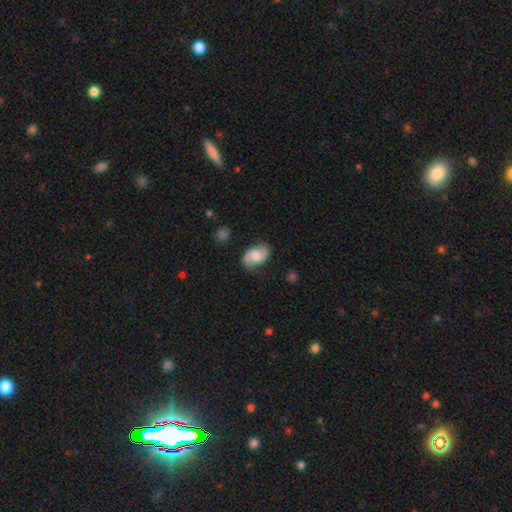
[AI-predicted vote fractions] The model was most divided on "bar": no: 55%, weak: 38%, strong: 7%. More confident: edge-on disk — no (97%); spiral arms — yes (90%); merging — none (80%); bulge size — moderate (64%); smooth or featured — featured or disk (57%).